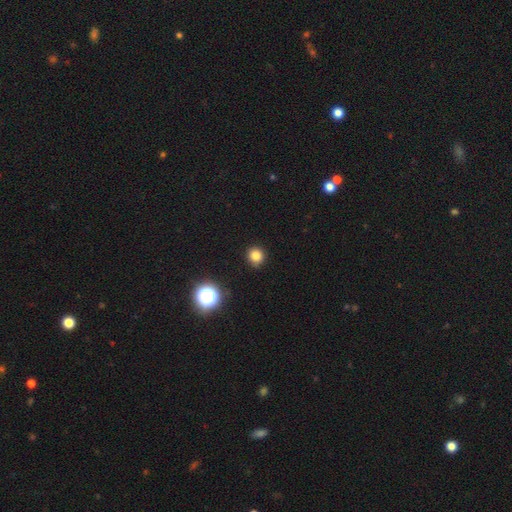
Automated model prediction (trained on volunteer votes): Smooth or featured? smooth (81%)
How rounded? round (90%)
Merging? none (91%)